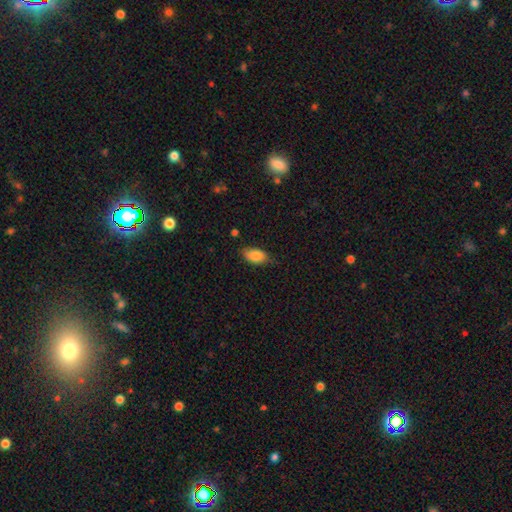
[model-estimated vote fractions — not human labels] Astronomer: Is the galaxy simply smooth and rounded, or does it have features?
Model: smooth — 86%.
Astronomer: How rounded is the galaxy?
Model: in between — 91%.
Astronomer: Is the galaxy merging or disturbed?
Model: none — 70%.